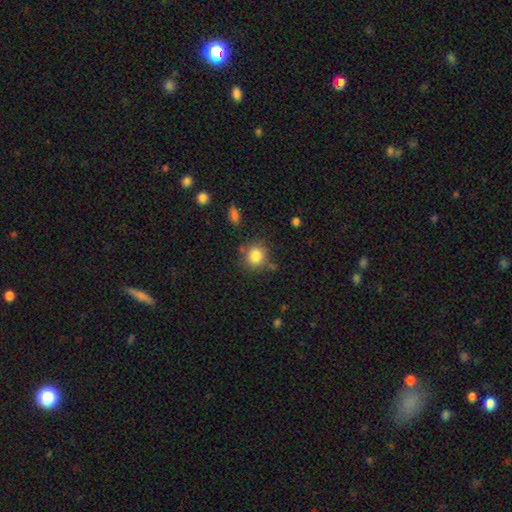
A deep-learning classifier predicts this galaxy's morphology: Smooth or featured? smooth (84%)
How rounded? round (85%)
Merging? none (75%)